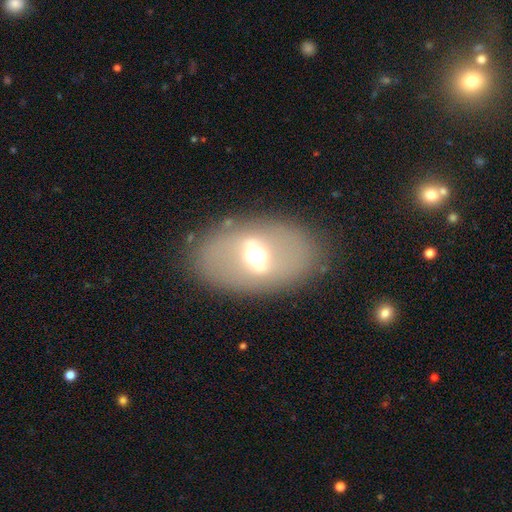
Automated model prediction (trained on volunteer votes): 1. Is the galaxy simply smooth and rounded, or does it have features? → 57% featured or disk, 33% smooth, 10% star or artifact.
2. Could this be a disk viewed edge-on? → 80% no, 20% yes.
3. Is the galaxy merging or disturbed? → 82% none, 10% minor disturbance, 6% major disturbance, 2% merger.